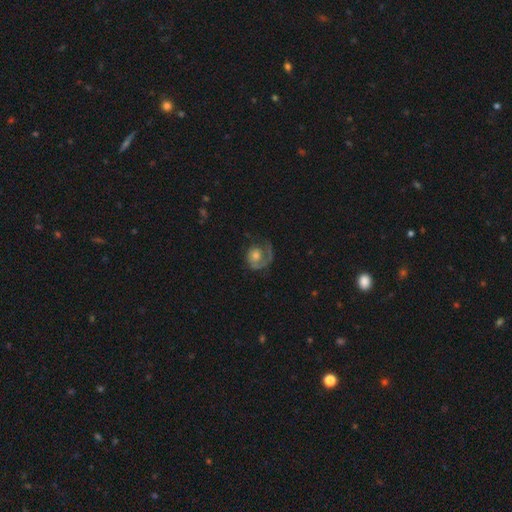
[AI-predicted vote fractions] Morphology: type=featured or disk (70%); edge-on=no (98%); bar=no (80%); spiral arms=yes (86%); winding=tight (44%); arm count=1 (84%); bulge=moderate (53%); merging=none (50%).